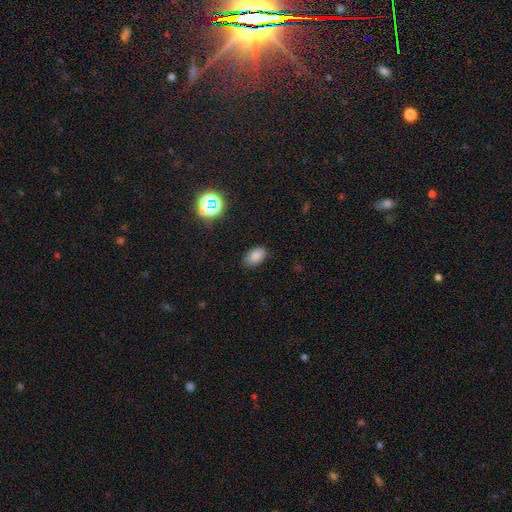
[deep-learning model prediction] Smooth or featured: smooth — 82% (star or artifact — 12%)
How rounded: in between — 89% (round — 9%)
Merging: none — 83% (minor disturbance — 13%)